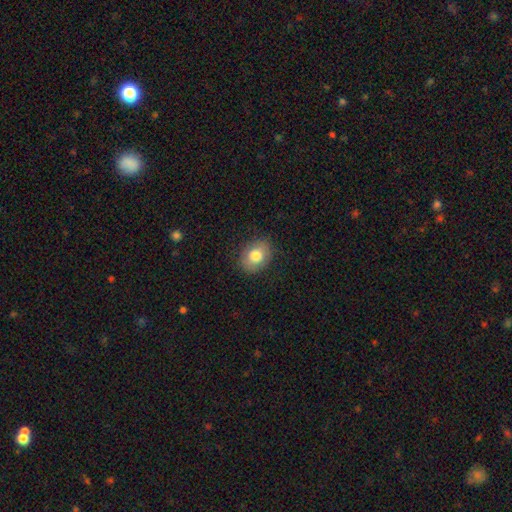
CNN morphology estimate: Q: Smooth or featured?
A: smooth (79%); runner-up: featured or disk (12%)
Q: How rounded?
A: in between (59%); runner-up: round (40%)
Q: Merging?
A: none (84%); runner-up: minor disturbance (12%)